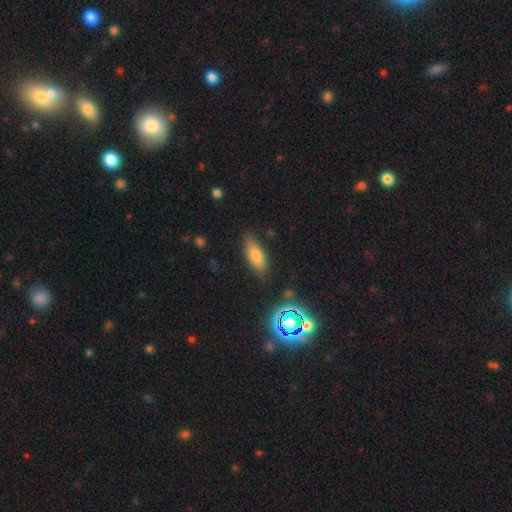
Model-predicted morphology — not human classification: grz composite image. It shows a smooth galaxy with no disk features (73%) that is in between round and cigar-shaped (76%). Merging: none (83%).